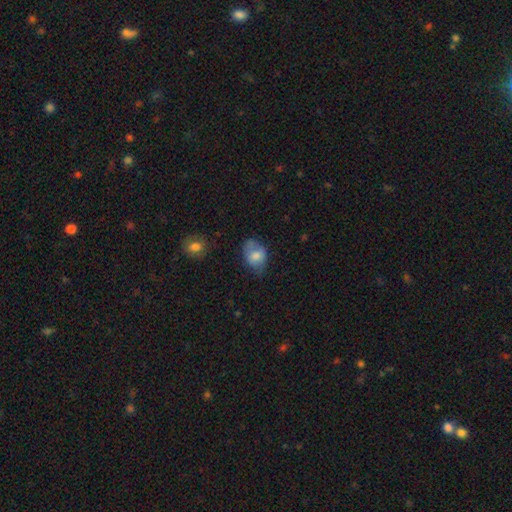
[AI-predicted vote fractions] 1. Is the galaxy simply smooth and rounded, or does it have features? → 71% smooth, 21% featured or disk, 8% star or artifact.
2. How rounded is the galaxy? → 76% in between, 23% round, 1% cigar-shaped.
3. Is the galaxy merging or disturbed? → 48% none, 36% minor disturbance, 14% major disturbance, 3% merger.